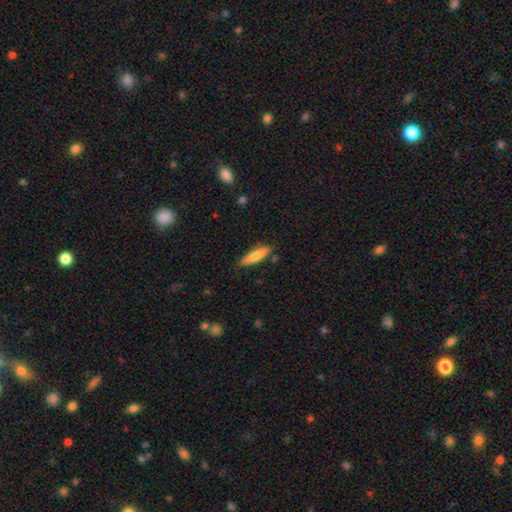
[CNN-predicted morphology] Smooth or featured? smooth (73%)
How rounded? cigar-shaped (70%)
Merging? none (84%)